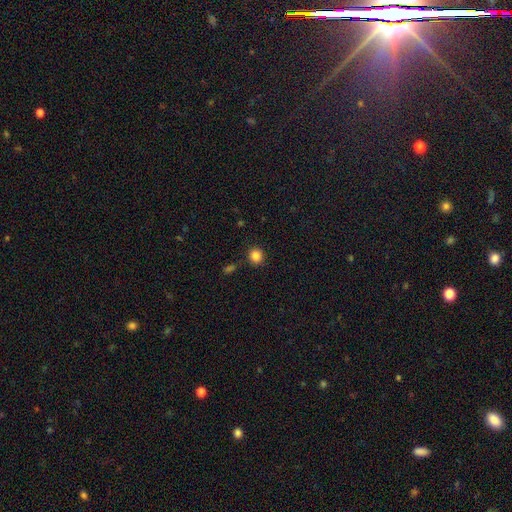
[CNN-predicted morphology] type=smooth (85%); roundness=round (89%); merging=none (88%).